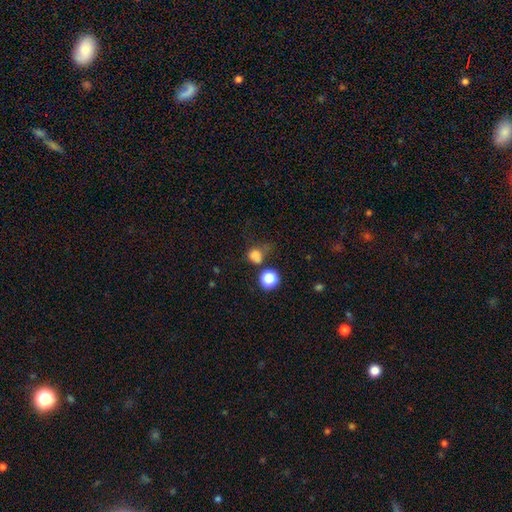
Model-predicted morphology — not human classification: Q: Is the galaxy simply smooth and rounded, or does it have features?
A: smooth — 77%.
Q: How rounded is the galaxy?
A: round — 76%.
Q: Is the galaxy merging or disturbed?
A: none — 49%.